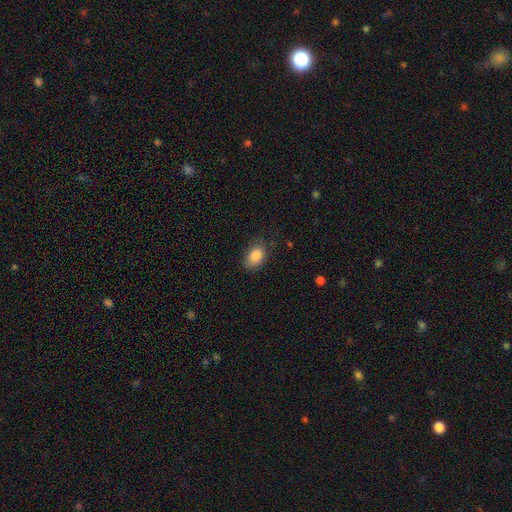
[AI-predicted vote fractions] Smooth or featured: smooth — 86% (star or artifact — 8%)
How rounded: in between — 84% (round — 14%)
Merging: none — 77% (minor disturbance — 18%)